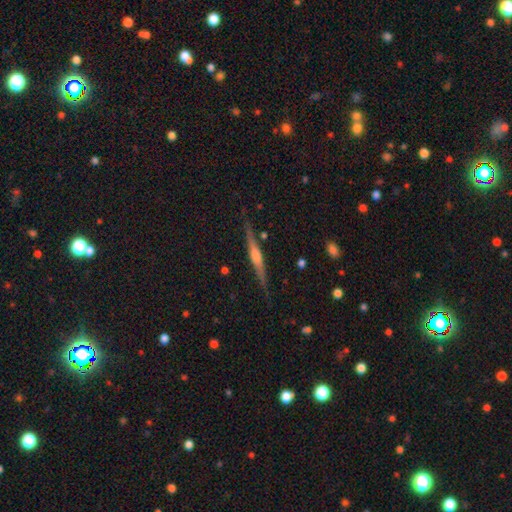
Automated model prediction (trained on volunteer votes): Q: Smooth or featured?
A: featured or disk (74%); runner-up: smooth (20%)
Q: Edge-on disk?
A: yes (98%); runner-up: no (2%)
Q: Edge-on bulge?
A: rounded (74%); runner-up: boxy (14%)
Q: Merging?
A: none (86%); runner-up: minor disturbance (11%)